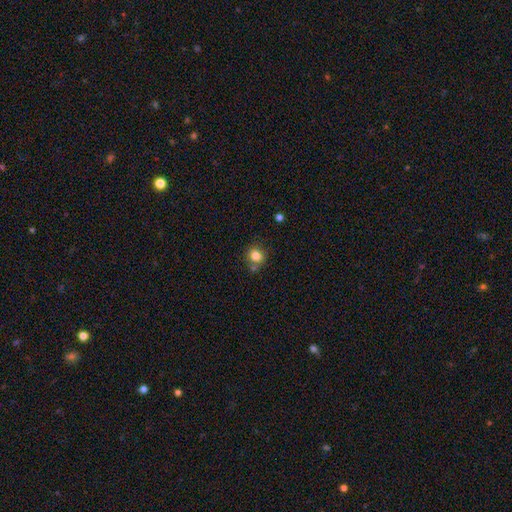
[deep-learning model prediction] Q: Smooth or featured?
A: smooth (82%); runner-up: star or artifact (11%)
Q: How rounded?
A: round (80%); runner-up: in between (19%)
Q: Merging?
A: none (68%); runner-up: merger (15%)